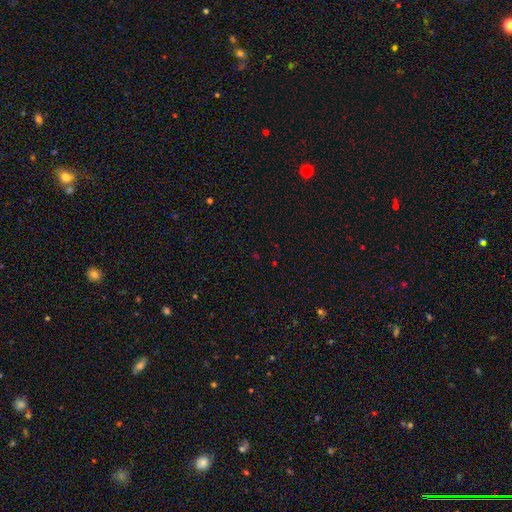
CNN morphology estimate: type=star or artifact (64%).